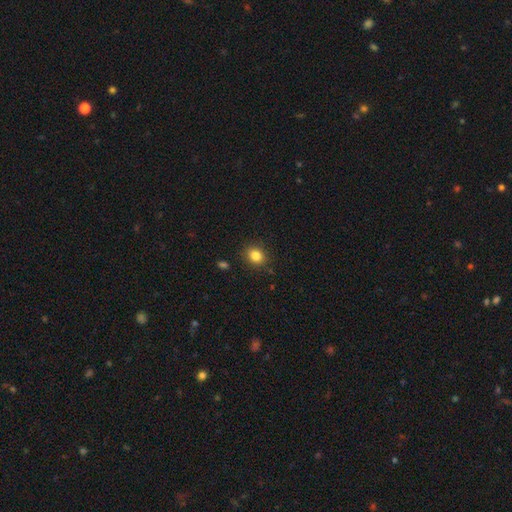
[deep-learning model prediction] Smooth or featured? Predicted: smooth (p=0.83). How rounded? Predicted: round (p=0.63). Merging? Predicted: none (p=0.88).